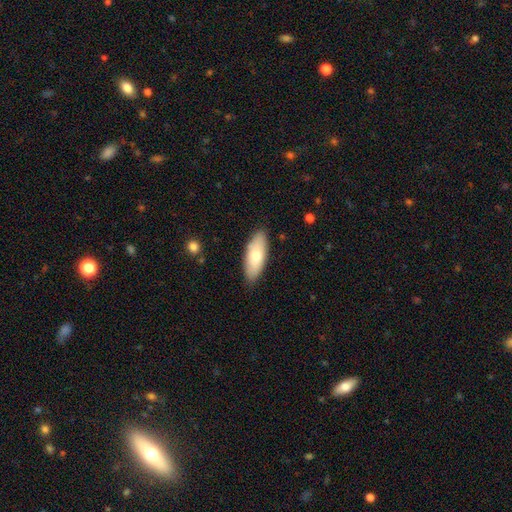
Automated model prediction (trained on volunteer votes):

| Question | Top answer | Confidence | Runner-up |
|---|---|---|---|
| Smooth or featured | smooth | 73% | featured or disk (21%) |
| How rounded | in between | 77% | cigar-shaped (21%) |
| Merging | none | 85% | minor disturbance (11%) |